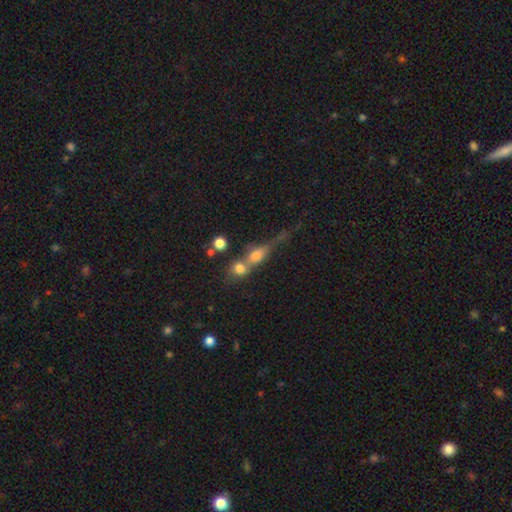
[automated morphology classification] This is possibly a smooth galaxy (56%). How rounded: possibly round (46%). Merging: possibly merger (56%).